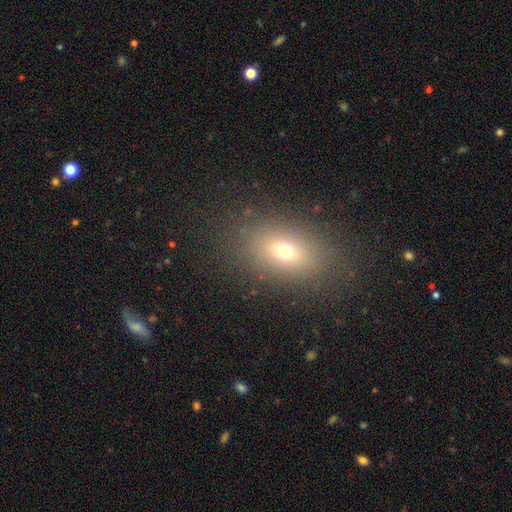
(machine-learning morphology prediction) This appears to be a smooth galaxy with no disk features (64%) that is in between round and cigar-shaped (78%). Merging: none (87%).